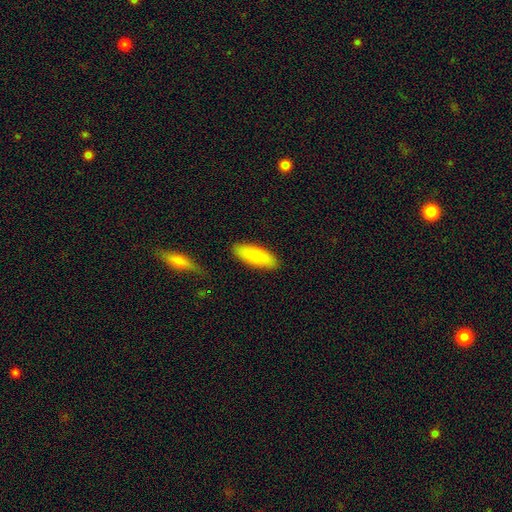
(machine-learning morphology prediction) smooth_or_featured: smooth (p=0.80) [alt: featured or disk p=0.14]
how_rounded: in between (p=0.69) [alt: cigar-shaped p=0.29]
merging: none (p=0.86) [alt: minor disturbance p=0.10]